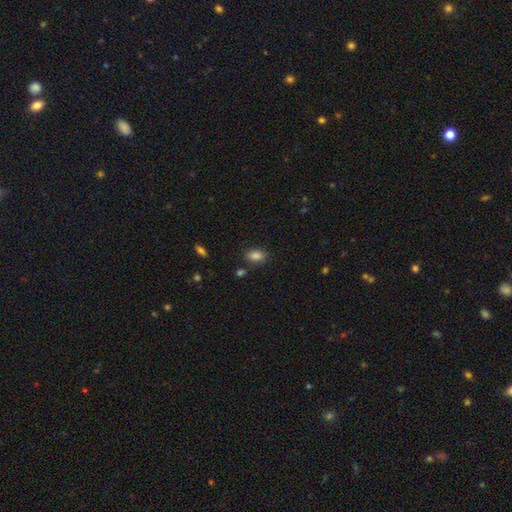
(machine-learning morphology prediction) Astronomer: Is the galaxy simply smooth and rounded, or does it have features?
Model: smooth — 86%.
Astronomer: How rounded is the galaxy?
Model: in between — 84%.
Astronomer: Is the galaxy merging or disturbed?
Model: none — 83%.